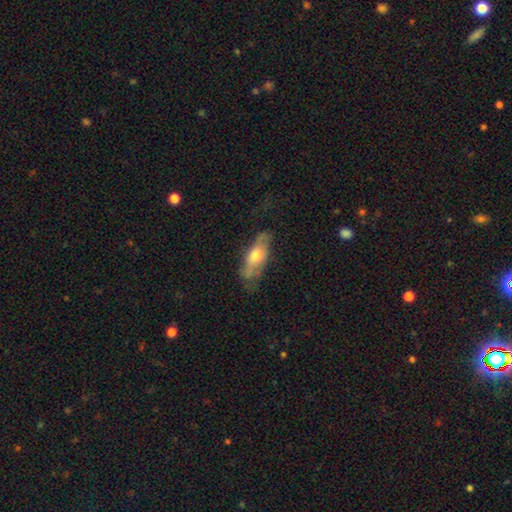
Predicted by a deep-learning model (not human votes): Overall: smooth (51%; featured or disk 43%). How rounded: in between (61%; cigar-shaped 36%). Merging: none (59%; minor disturbance 28%).